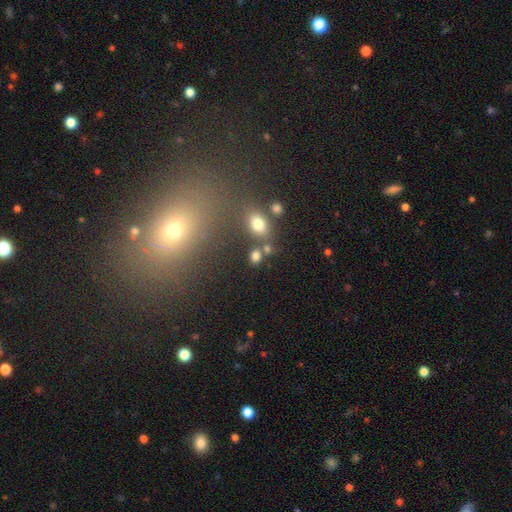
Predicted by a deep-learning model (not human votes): A smooth galaxy with no disk features (76%) that is in between round and cigar-shaped (56%). Merging: none (66%).